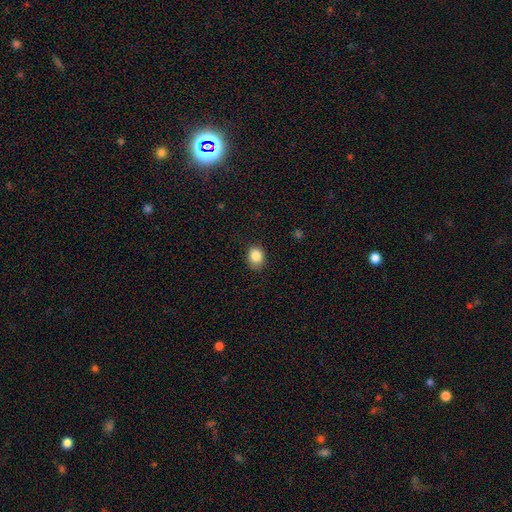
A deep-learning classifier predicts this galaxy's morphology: smooth_or_featured: smooth (p=0.86) [alt: star or artifact p=0.10]
how_rounded: round (p=0.54) [alt: in between p=0.45]
merging: none (p=0.81) [alt: minor disturbance p=0.15]